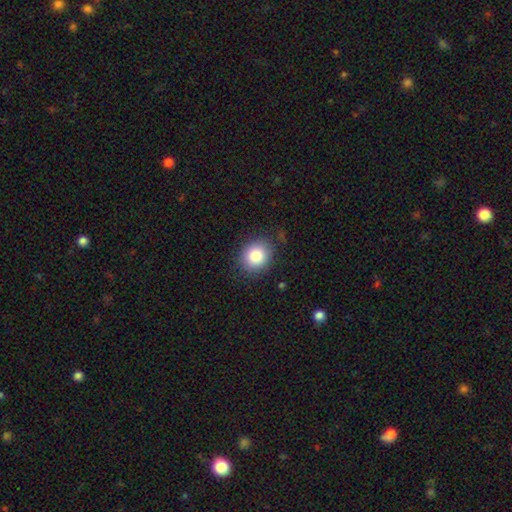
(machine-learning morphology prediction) type=smooth (84%); roundness=round (67%); merging=none (83%).